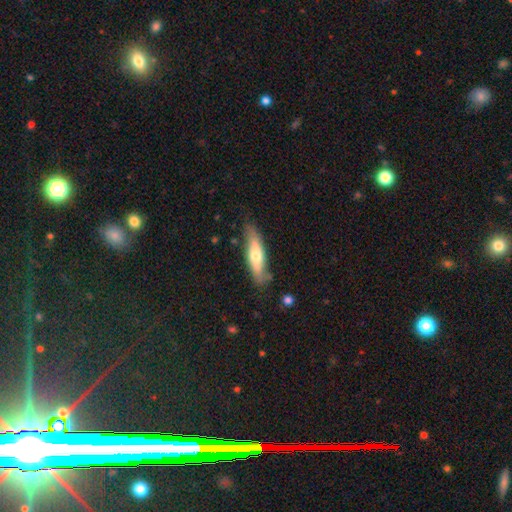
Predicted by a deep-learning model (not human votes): smooth_or_featured: smooth (p=0.55) [alt: featured or disk p=0.40]
how_rounded: cigar-shaped (p=0.62) [alt: in between p=0.36]
merging: none (p=0.74) [alt: minor disturbance p=0.19]